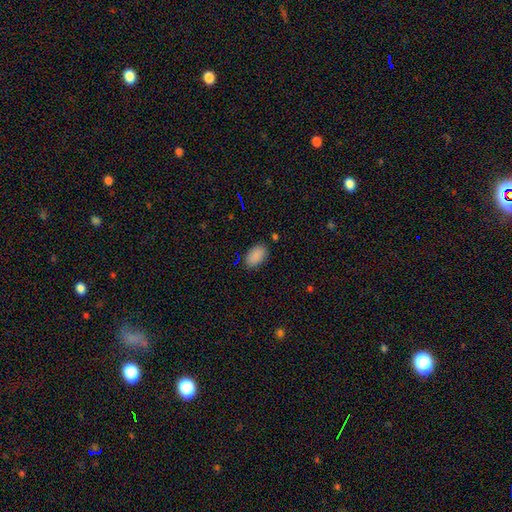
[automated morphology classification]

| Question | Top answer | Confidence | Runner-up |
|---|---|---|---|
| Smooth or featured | smooth | 89% | star or artifact (8%) |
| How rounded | in between | 92% | round (6%) |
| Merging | none | 85% | minor disturbance (11%) |